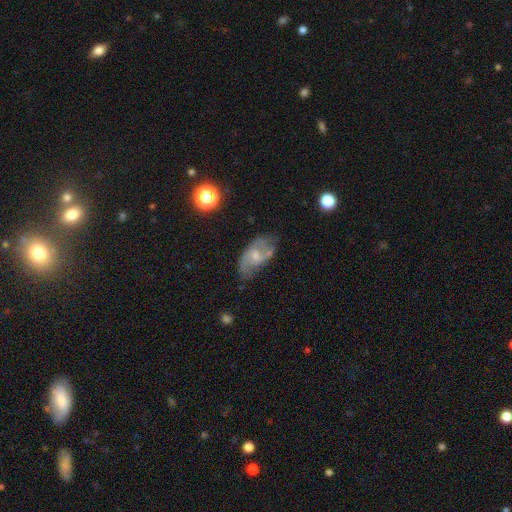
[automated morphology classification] A featured or disk galaxy (59%) with no bar (54%), spiral arms (71%) and a small central bulge (48%).

Vote fractions:
- Smooth or featured? featured or disk: 59% / smooth: 33% / star or artifact: 8%
- Edge-on disk? no: 94% / yes: 6%
- Bar? no: 54% / weak: 39% / strong: 7%
- Spiral arms? yes: 71% / no: 29%
- Bulge size? small: 48% / moderate: 42% / none: 7% / large: 3% / dominant: 1%
- Merging? none: 51% / minor disturbance: 28% / major disturbance: 14% / merger: 6%